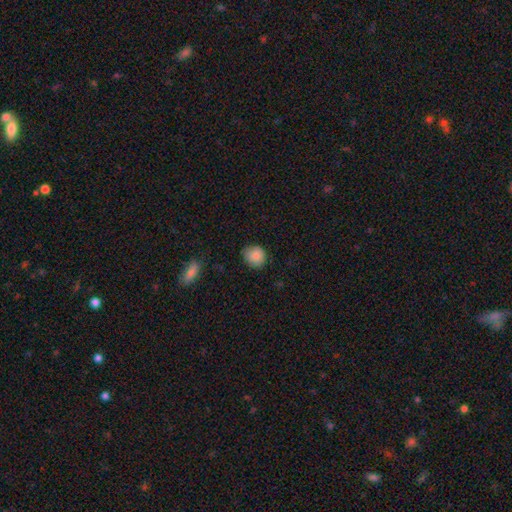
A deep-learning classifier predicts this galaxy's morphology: smooth_or_featured: smooth (p=0.86) [alt: star or artifact p=0.08]
how_rounded: round (p=0.81) [alt: in between p=0.18]
merging: none (p=0.79) [alt: minor disturbance p=0.17]